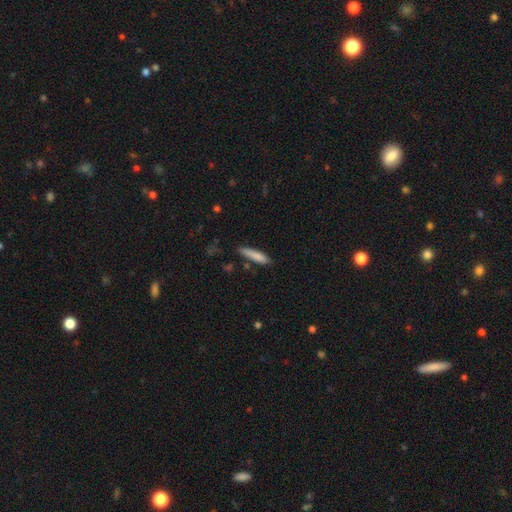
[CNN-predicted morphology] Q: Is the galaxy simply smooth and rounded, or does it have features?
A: smooth — 82%.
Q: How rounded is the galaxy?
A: cigar-shaped — 84%.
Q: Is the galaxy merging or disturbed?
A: none — 78%.